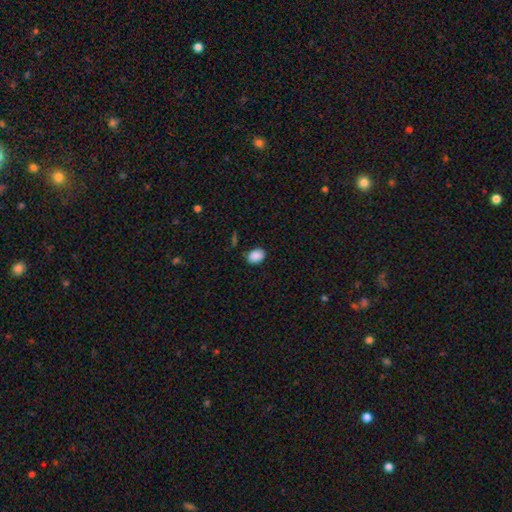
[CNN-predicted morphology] A smooth galaxy with no disk features (88%) that is in between round and cigar-shaped (70%).

Vote fractions:
- Smooth or featured? smooth: 88% / star or artifact: 8% / featured or disk: 3%
- How rounded? in between: 70% / round: 29% / cigar-shaped: 1%
- Merging? none: 81% / minor disturbance: 14% / major disturbance: 3% / merger: 2%